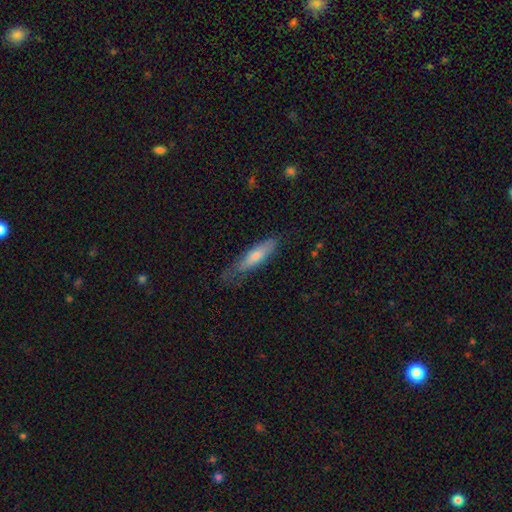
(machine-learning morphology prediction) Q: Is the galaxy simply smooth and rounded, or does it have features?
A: smooth — 67%.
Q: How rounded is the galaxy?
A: cigar-shaped — 69%.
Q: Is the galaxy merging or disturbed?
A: none — 59%.